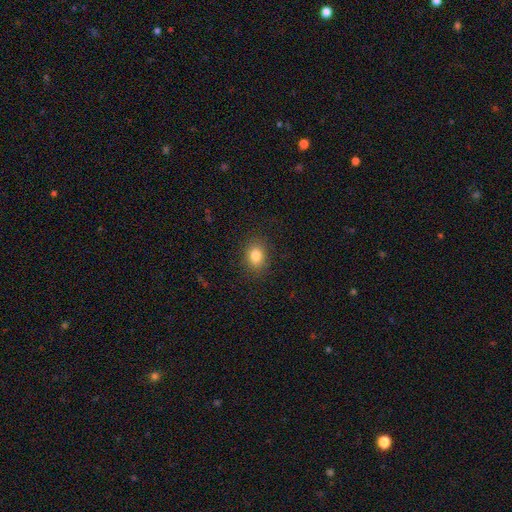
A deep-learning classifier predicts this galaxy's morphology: Smooth or featured? smooth (82%)
How rounded? in between (55%)
Merging? none (87%)